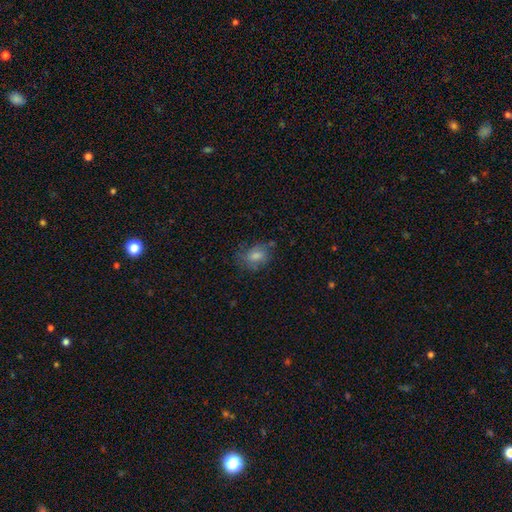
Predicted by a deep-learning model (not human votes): Smooth or featured?
  - smooth: 58% *
  - featured or disk: 27%
  - star or artifact: 16%
How rounded?
  - in between: 64% *
  - round: 34%
  - cigar-shaped: 2%
Merging?
  - none: 63% *
  - minor disturbance: 24%
  - major disturbance: 11%
  - merger: 2%